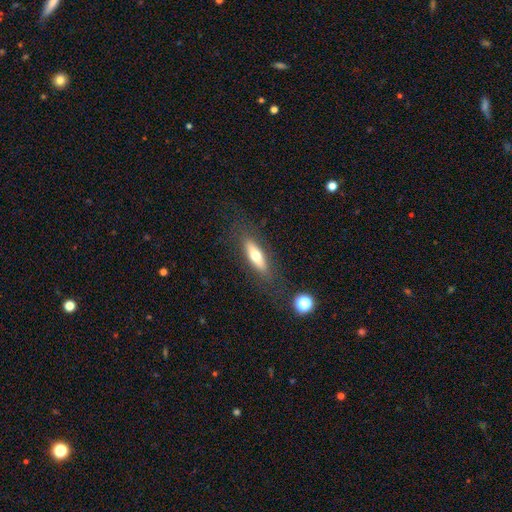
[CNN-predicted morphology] type=smooth (60%); roundness=cigar-shaped (56%); merging=none (82%).